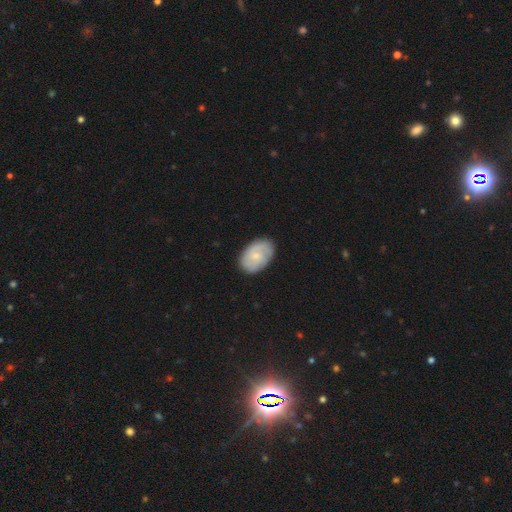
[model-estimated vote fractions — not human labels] Morphology: type=smooth (50%); merging=none (83%).